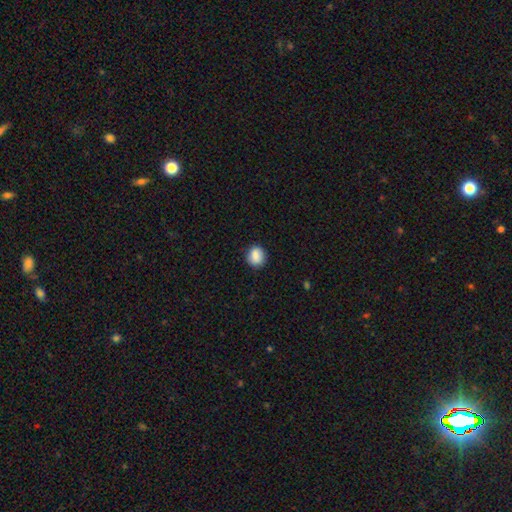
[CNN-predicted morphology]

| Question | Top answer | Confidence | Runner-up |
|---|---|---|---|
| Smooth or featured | smooth | 87% | star or artifact (8%) |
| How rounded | round | 73% | in between (26%) |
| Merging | none | 87% | minor disturbance (10%) |